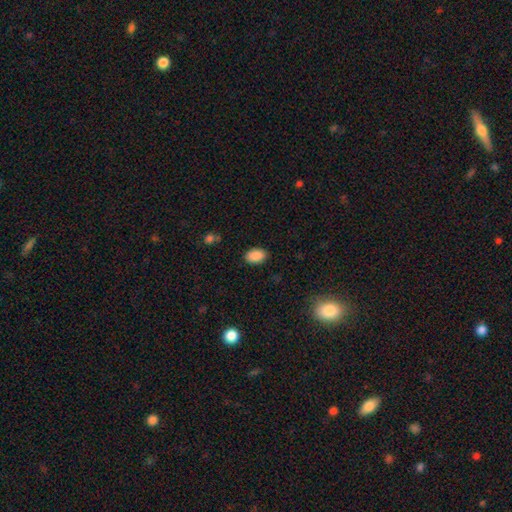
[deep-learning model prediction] Smooth or featured: smooth — 89% (star or artifact — 8%)
How rounded: in between — 90% (round — 9%)
Merging: none — 87% (minor disturbance — 9%)